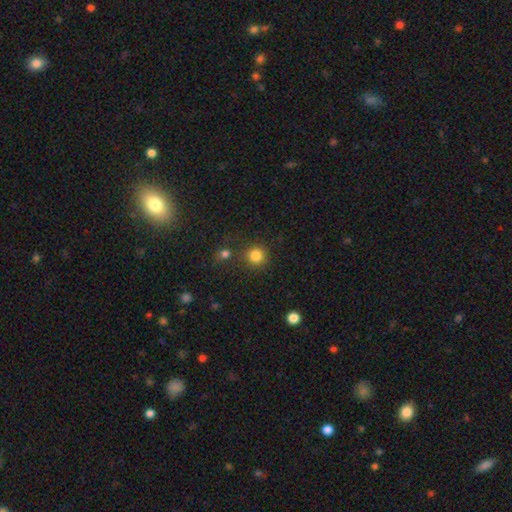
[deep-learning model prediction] This is clearly a smooth galaxy (83%). How rounded: clearly round (92%). Merging: likely none (78%).